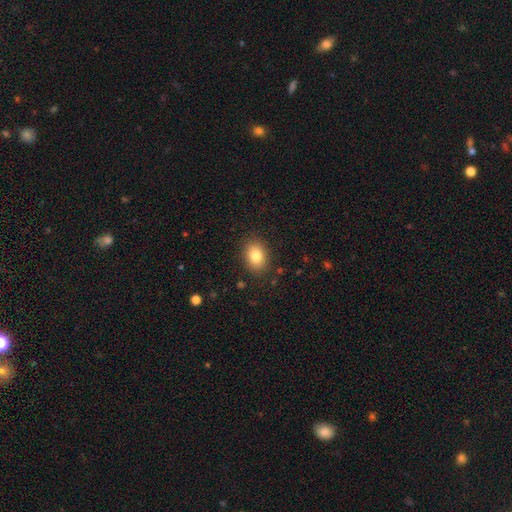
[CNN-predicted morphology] A smooth galaxy with no disk features (82%) that is in between round and cigar-shaped (68%). Merging: none (87%).